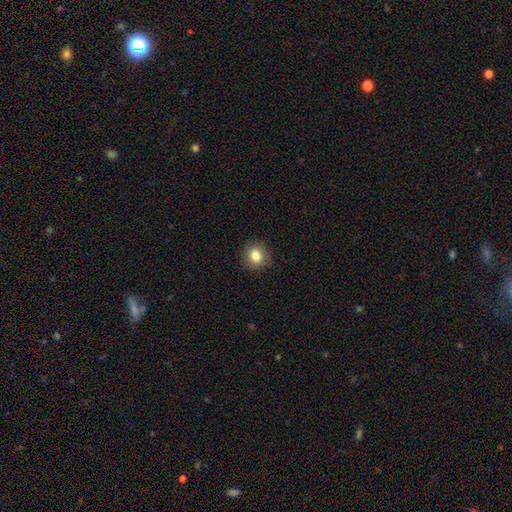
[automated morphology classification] A smooth galaxy with no disk features (83%) that is round (85%). Merging: none (88%).